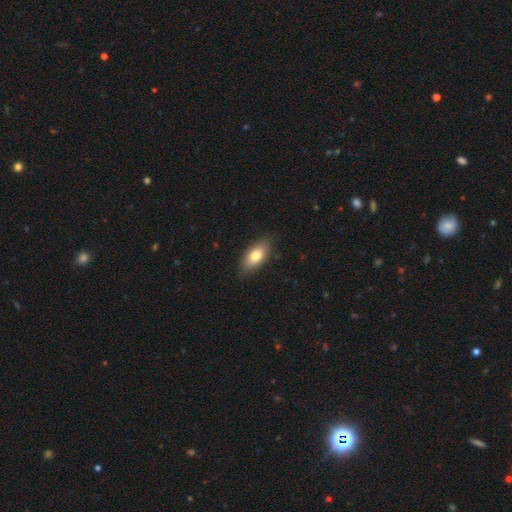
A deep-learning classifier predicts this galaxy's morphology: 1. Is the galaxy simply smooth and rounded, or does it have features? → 77% smooth, 16% featured or disk, 7% star or artifact.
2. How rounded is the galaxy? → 87% in between, 9% cigar-shaped, 4% round.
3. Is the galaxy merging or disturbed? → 86% none, 11% minor disturbance, 2% major disturbance, 1% merger.